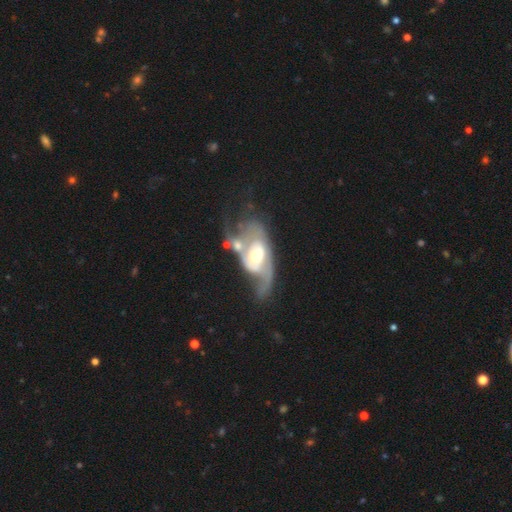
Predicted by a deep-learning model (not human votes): featured or disk 83%, smooth 12%, star or artifact 5%. Down the decision tree: edge-on disk — no (95%); bar — no (48%); spiral arms — yes (86%); spiral arm count — 2 (64%); spiral winding — medium (41%); bulge size — moderate (64%); merging — major disturbance (31%).